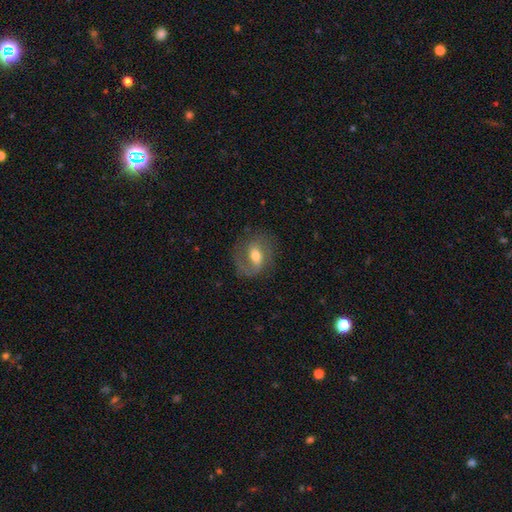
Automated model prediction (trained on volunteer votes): A featured or disk galaxy (69%) with a weak bar (48%), 2 (69%) medium (49%) spiral arms (88%) and a moderate central bulge (66%). Merging: none (70%).